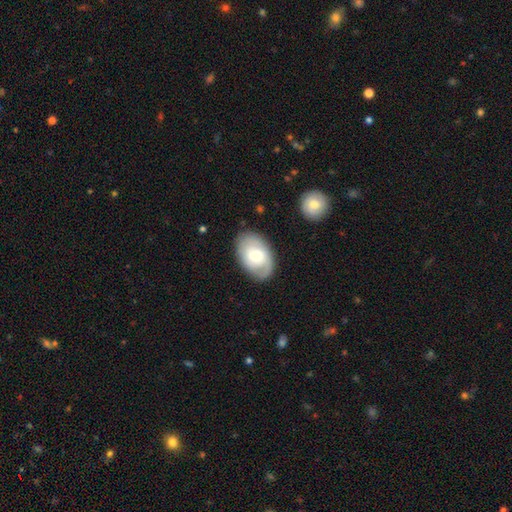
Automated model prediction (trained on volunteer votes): This appears to be a featured or disk galaxy (47%, tied with smooth). Merging: none (79%).